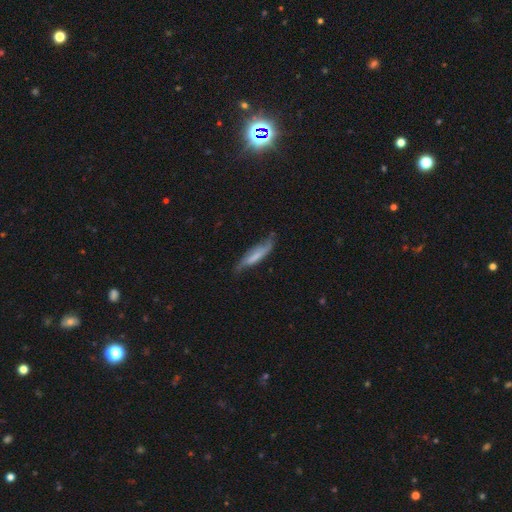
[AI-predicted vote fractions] Smooth or featured? Predicted: smooth (p=0.51). How rounded? Predicted: cigar-shaped (p=0.80). Merging? Predicted: none (p=0.58).